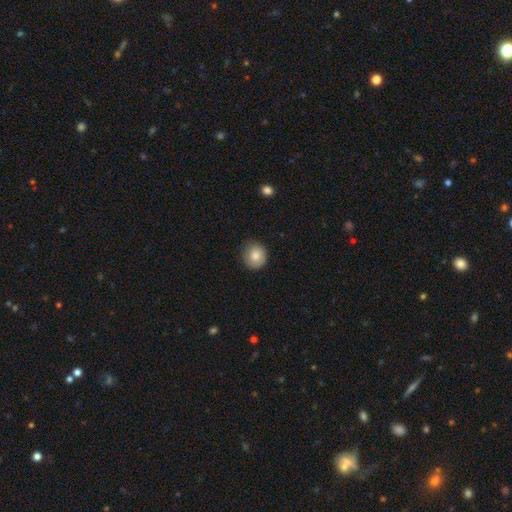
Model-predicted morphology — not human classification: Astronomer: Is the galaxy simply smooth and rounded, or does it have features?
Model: smooth — 83%.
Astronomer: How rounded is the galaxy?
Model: round — 85%.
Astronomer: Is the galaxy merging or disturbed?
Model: none — 80%.